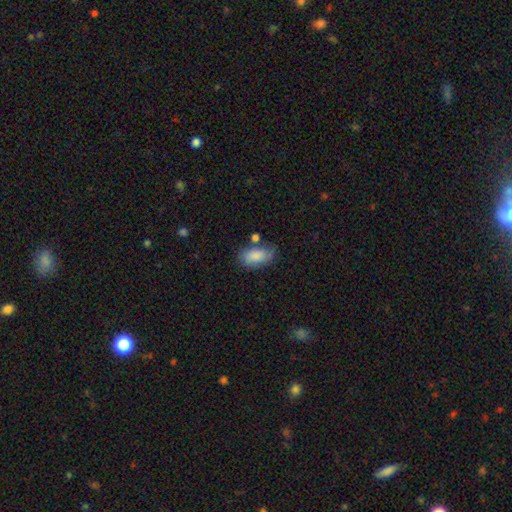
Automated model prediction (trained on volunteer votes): Smooth or featured? Predicted: smooth (p=0.81). How rounded? Predicted: in between (p=0.92). Merging? Predicted: none (p=0.53).